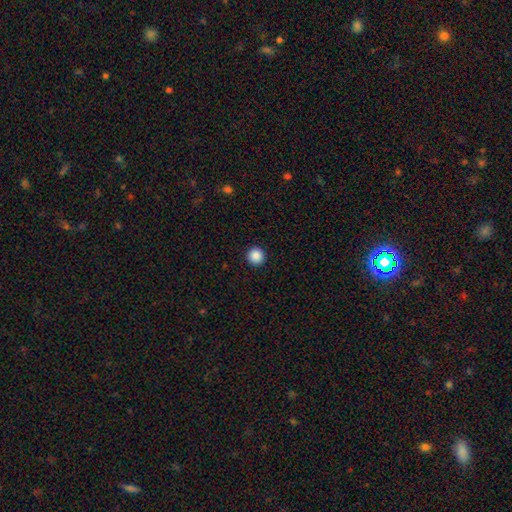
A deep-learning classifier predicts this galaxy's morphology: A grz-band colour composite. It shows a smooth galaxy with no disk features (88%) that is round (96%). Merging: none (94%).